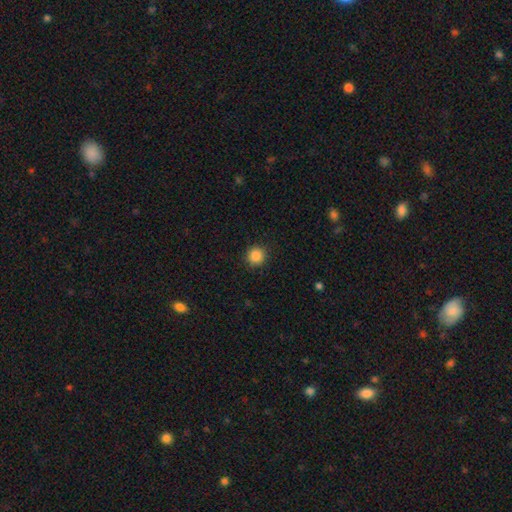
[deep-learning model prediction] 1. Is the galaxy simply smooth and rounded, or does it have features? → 87% smooth, 10% star or artifact, 3% featured or disk.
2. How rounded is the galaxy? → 93% round, 6% in between, 1% cigar-shaped.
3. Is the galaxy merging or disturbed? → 91% none, 6% minor disturbance, 2% major disturbance, 1% merger.